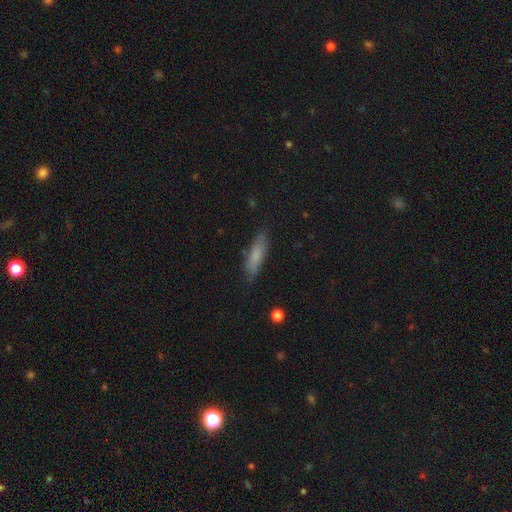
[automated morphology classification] A smooth galaxy with no disk features (78%) that is cigar-shaped (65%). Merging: none (82%).